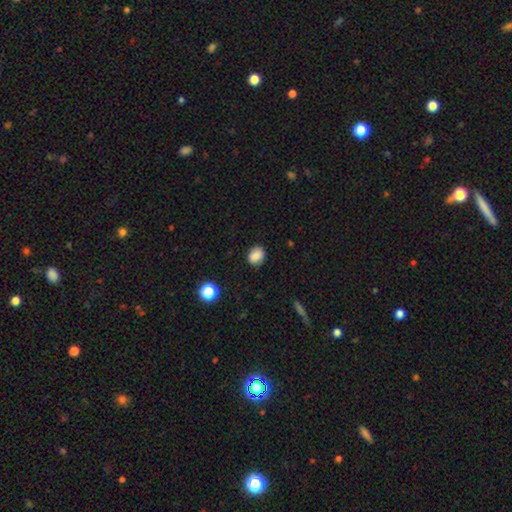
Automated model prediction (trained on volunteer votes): A smooth galaxy with no disk features (85%) that is round (53%).

Vote fractions:
- Smooth or featured? smooth: 85% / star or artifact: 10% / featured or disk: 5%
- How rounded? round: 53% / in between: 46% / cigar-shaped: 1%
- Merging? none: 85% / minor disturbance: 11% / major disturbance: 3% / merger: 1%